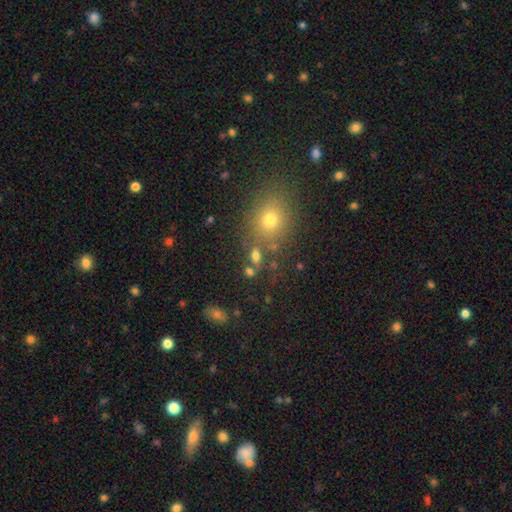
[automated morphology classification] Overall: smooth (67%). How rounded: in between (60%; round 35%). Merging: none (61%).